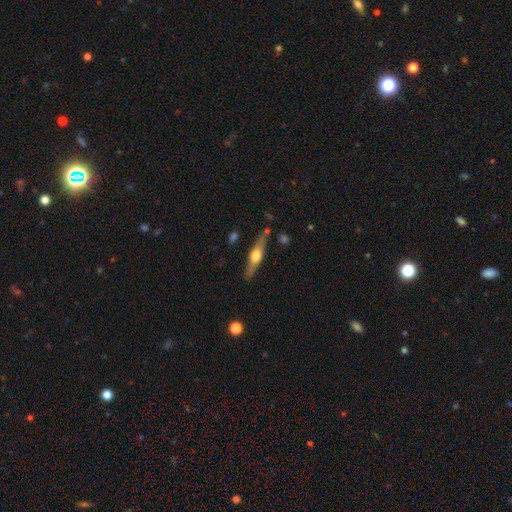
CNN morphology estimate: This appears to be a featured or disk galaxy (62%) viewed edge-on (94%) with a rounded central bulge (93%). Merging: none (83%).